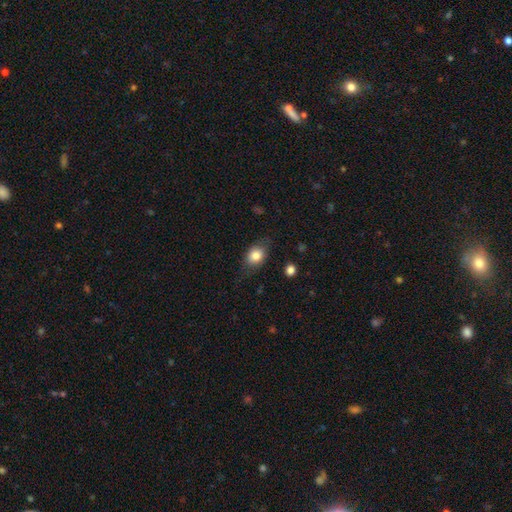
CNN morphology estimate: A smooth galaxy with no disk features (79%) that is in between round and cigar-shaped (63%).

Vote fractions:
- Smooth or featured? smooth: 79% / featured or disk: 12% / star or artifact: 8%
- How rounded? in between: 63% / round: 35% / cigar-shaped: 2%
- Merging? none: 72% / minor disturbance: 20% / major disturbance: 6% / merger: 1%